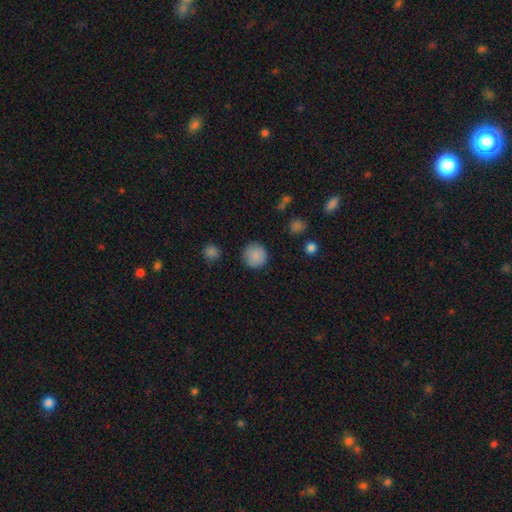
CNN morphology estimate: A smooth galaxy with no disk features (87%) that is round (94%). Merging: none (87%).